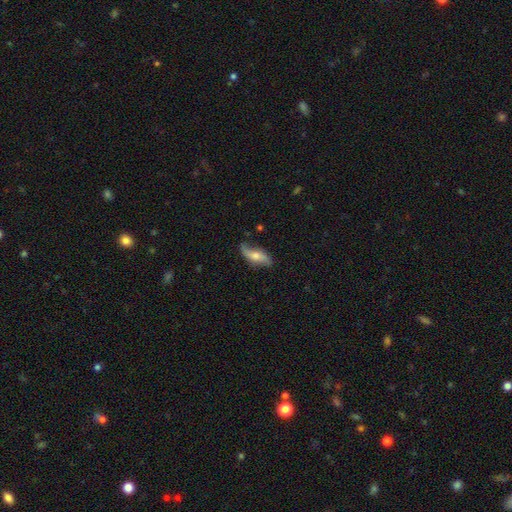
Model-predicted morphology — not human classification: This is likely a featured or disk galaxy (60%). It is clearly not viewed edge-on (82%). Merging: likely none (70%).